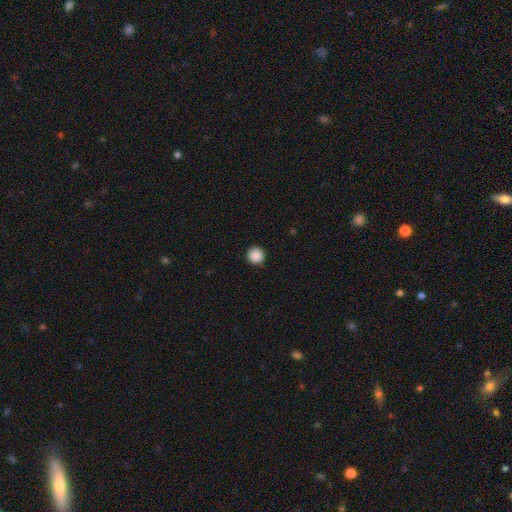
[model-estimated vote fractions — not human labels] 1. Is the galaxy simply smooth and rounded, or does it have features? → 89% smooth, 9% star or artifact, 2% featured or disk.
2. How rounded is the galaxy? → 95% round, 4% in between, 1% cigar-shaped.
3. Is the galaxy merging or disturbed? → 92% none, 6% minor disturbance, 2% major disturbance, 1% merger.